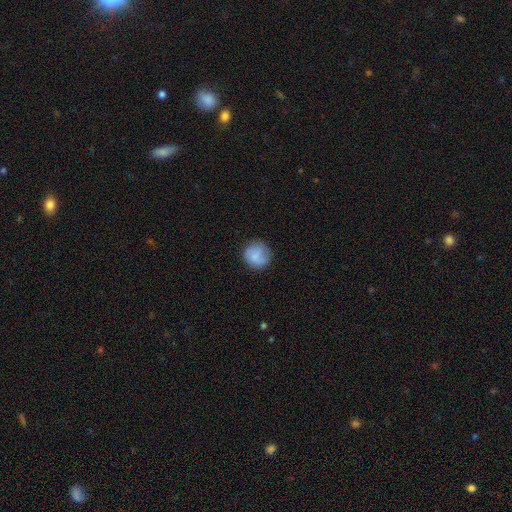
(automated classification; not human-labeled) Morphology: type=smooth (76%); roundness=round (91%); merging=none (78%).